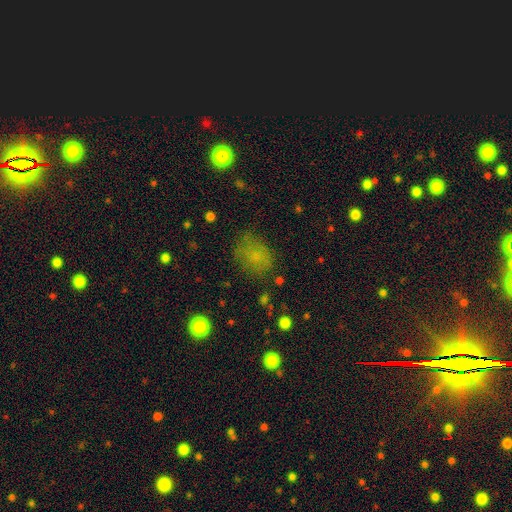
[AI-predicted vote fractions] Q: Smooth or featured?
A: smooth (69%); runner-up: star or artifact (17%)
Q: How rounded?
A: in between (61%); runner-up: round (37%)
Q: Merging?
A: none (64%); runner-up: minor disturbance (22%)